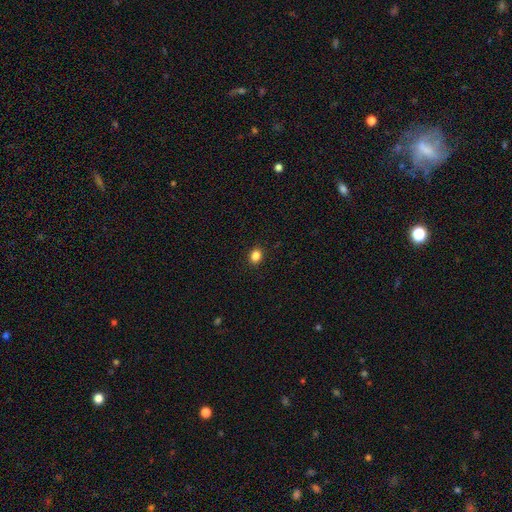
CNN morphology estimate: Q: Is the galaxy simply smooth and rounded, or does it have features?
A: smooth — 85%.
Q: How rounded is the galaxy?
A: round — 55%.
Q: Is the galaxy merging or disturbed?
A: none — 91%.